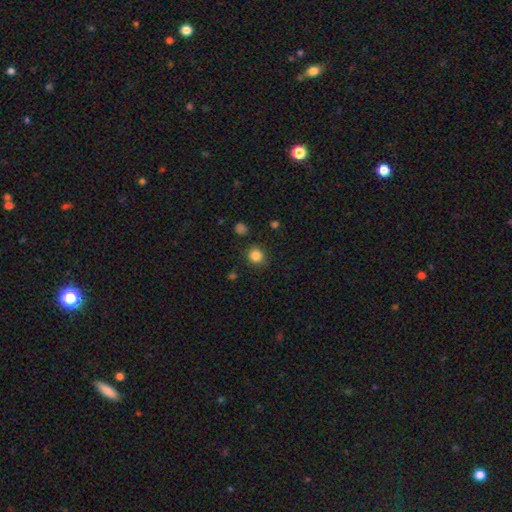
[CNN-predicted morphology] A smooth galaxy with no disk features (84%) that is round (87%).

Vote fractions:
- Smooth or featured? smooth: 84% / star or artifact: 11% / featured or disk: 4%
- How rounded? round: 87% / in between: 12% / cigar-shaped: 1%
- Merging? none: 87% / minor disturbance: 8% / major disturbance: 3% / merger: 2%